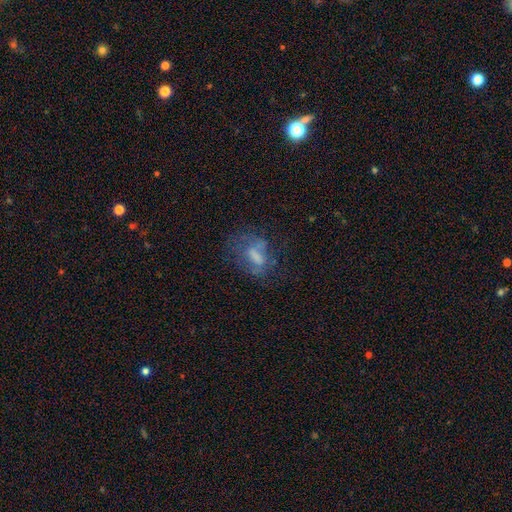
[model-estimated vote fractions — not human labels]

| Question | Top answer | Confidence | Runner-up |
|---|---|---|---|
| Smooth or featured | smooth | 44% | featured or disk (39%) |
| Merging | none | 48% | major disturbance (27%) |